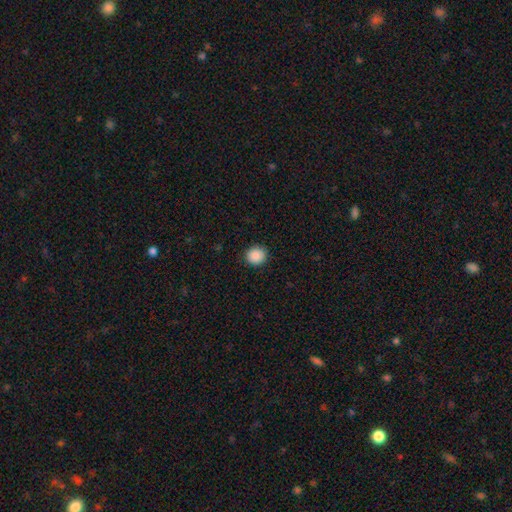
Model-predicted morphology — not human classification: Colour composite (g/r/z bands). It shows a smooth galaxy with no disk features (89%) that is round (82%). Merging: none (91%).